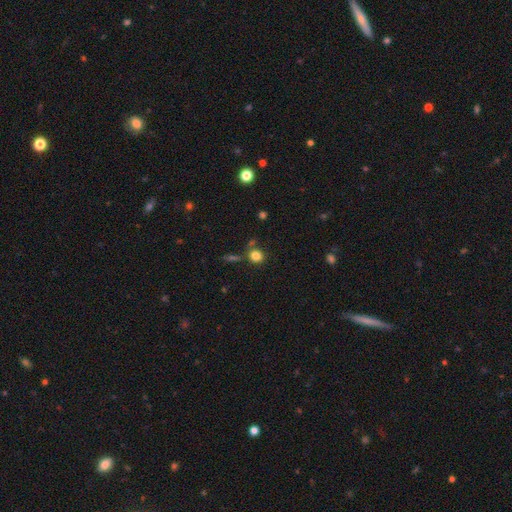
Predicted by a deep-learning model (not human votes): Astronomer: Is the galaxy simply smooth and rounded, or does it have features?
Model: smooth — 82%.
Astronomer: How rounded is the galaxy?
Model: round — 82%.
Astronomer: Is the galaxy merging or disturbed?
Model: none — 73%.